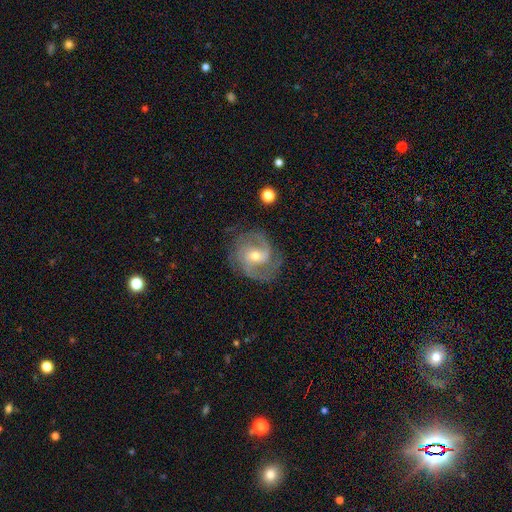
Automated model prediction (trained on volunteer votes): Morphology: type=featured or disk (88%); edge-on=no (98%); bar=no (44%); spiral arms=yes (97%); winding=medium (52%); arm count=2 (64%); bulge=moderate (54%); merging=none (73%).